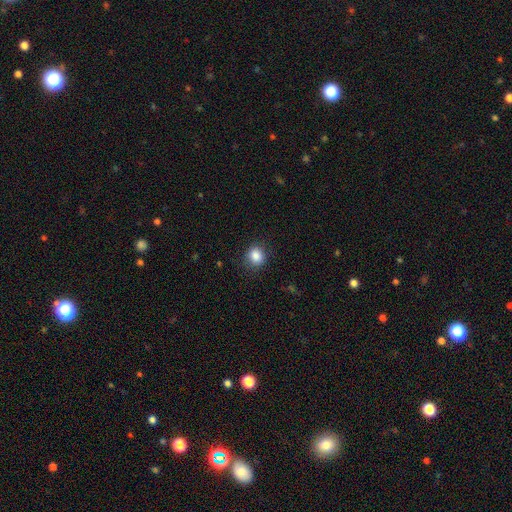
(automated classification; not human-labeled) Smooth or featured: smooth — 86% (star or artifact — 10%)
How rounded: round — 78% (in between — 22%)
Merging: none — 84% (minor disturbance — 12%)